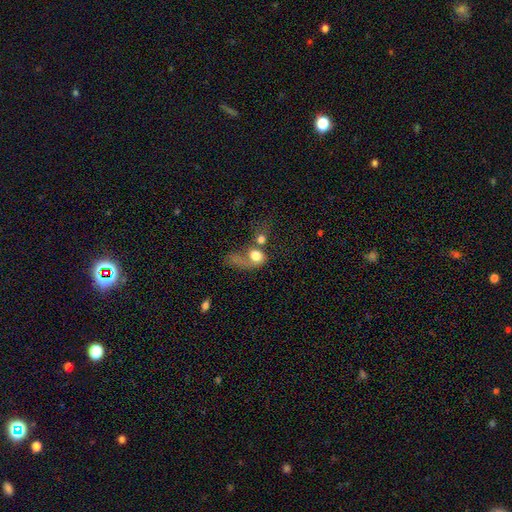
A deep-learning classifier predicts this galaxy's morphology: Smooth or featured?
  - smooth: 66% *
  - featured or disk: 23%
  - star or artifact: 10%
How rounded?
  - round: 51% *
  - in between: 46%
  - cigar-shaped: 3%
Merging?
  - merger: 41% *
  - major disturbance: 33%
  - none: 16%
  - minor disturbance: 10%